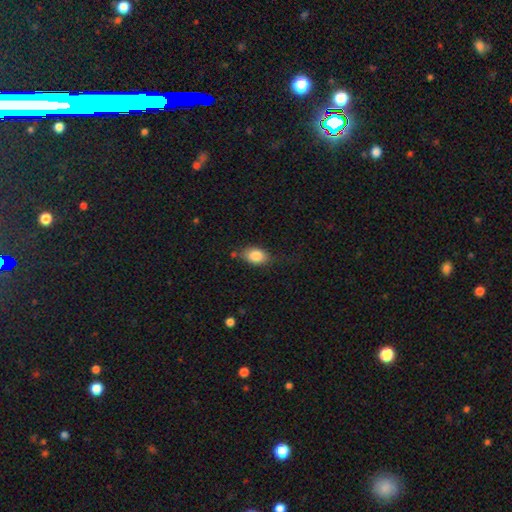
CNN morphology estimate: A smooth galaxy with no disk features (84%) that is in between round and cigar-shaped (81%).

Vote fractions:
- Smooth or featured? smooth: 84% / featured or disk: 8% / star or artifact: 7%
- How rounded? in between: 81% / round: 17% / cigar-shaped: 2%
- Merging? none: 65% / minor disturbance: 24% / major disturbance: 8% / merger: 4%